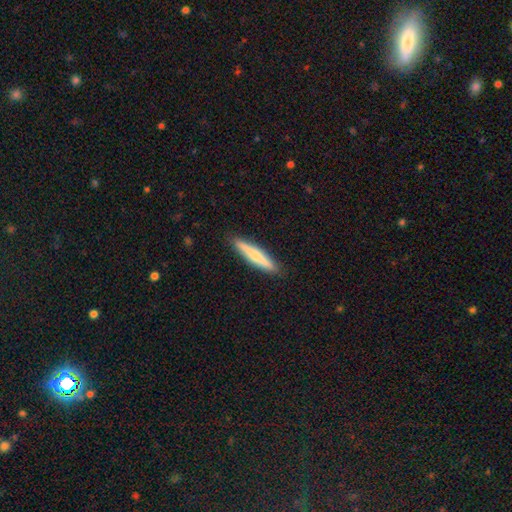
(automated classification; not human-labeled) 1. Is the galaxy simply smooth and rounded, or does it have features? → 61% smooth, 34% featured or disk, 5% star or artifact.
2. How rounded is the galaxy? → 91% cigar-shaped, 8% in between, 1% round.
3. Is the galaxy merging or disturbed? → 90% none, 7% minor disturbance, 1% major disturbance, 1% merger.